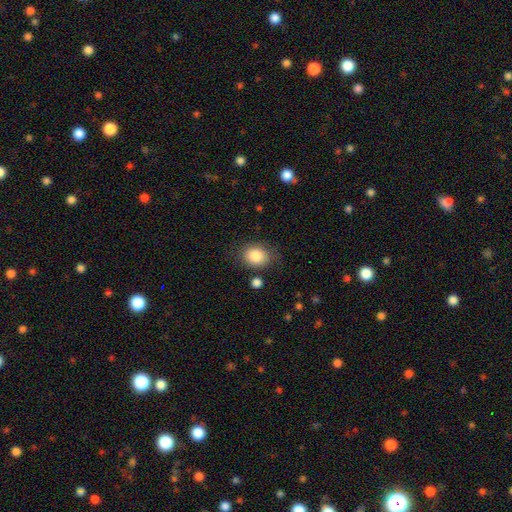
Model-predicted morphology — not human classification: Smooth or featured? Predicted: smooth (p=0.85). How rounded? Predicted: round (p=0.53). Merging? Predicted: none (p=0.79).